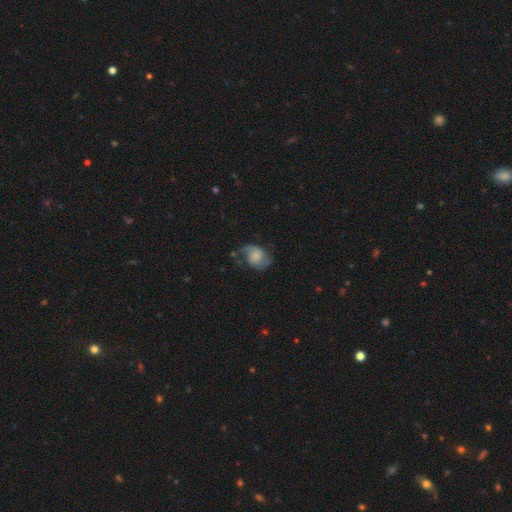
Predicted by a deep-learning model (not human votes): This appears to be a featured or disk galaxy (66%) with no bar (59%), 2 (83%) medium (43%) spiral arms (92%) and no central bulge (31%). Merging: none (59%).